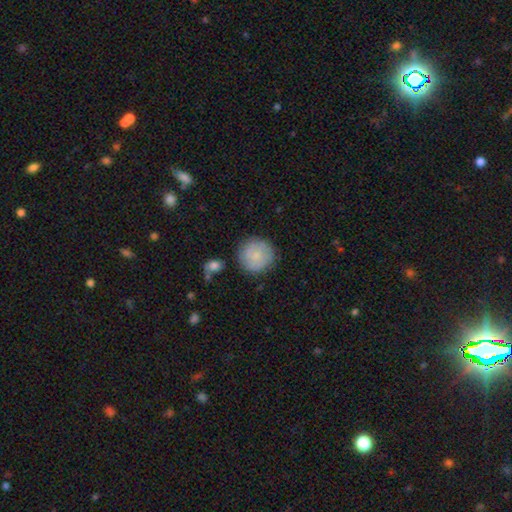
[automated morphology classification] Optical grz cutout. It shows a smooth galaxy with no disk features (69%) that is round (94%). Merging: none (80%).